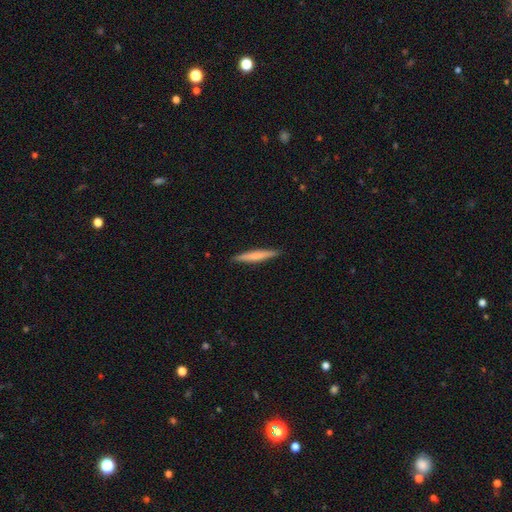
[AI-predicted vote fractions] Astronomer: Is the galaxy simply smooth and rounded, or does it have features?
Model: smooth — 61%.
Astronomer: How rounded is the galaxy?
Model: cigar-shaped — 95%.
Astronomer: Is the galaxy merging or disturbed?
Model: none — 91%.